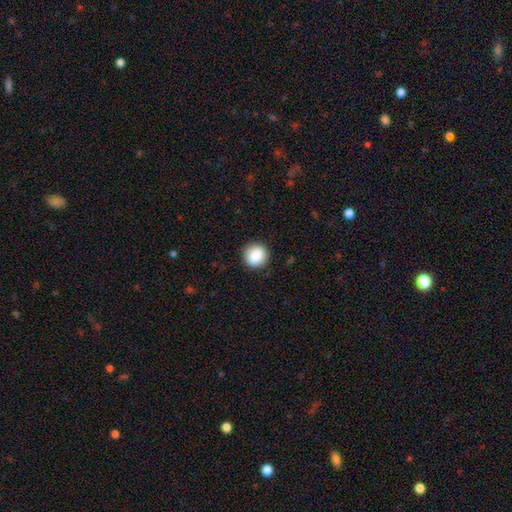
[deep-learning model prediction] Smooth or featured? smooth (86%)
How rounded? round (85%)
Merging? none (88%)